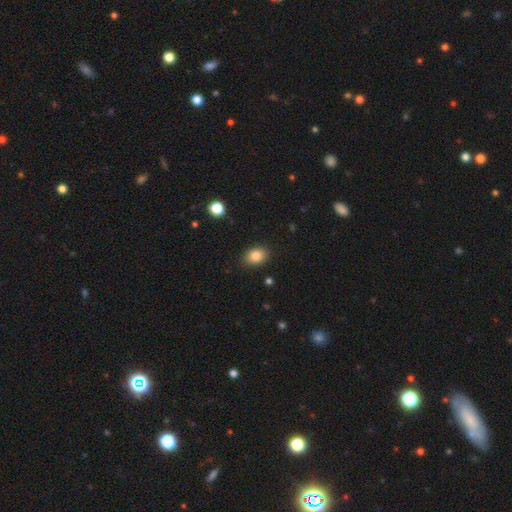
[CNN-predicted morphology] This appears to be a smooth galaxy with no disk features (84%) that is in between round and cigar-shaped (72%). Merging: none (87%).